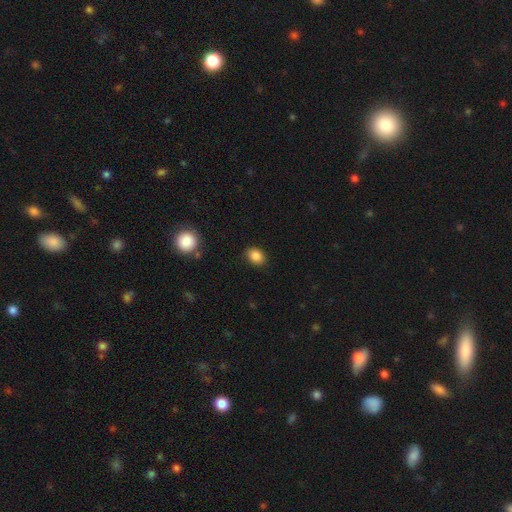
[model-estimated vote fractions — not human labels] A smooth galaxy with no disk features (86%) that is in between round and cigar-shaped (63%).

Vote fractions:
- Smooth or featured? smooth: 86% / star or artifact: 9% / featured or disk: 5%
- How rounded? in between: 63% / round: 36% / cigar-shaped: 1%
- Merging? none: 87% / minor disturbance: 9% / major disturbance: 2% / merger: 1%